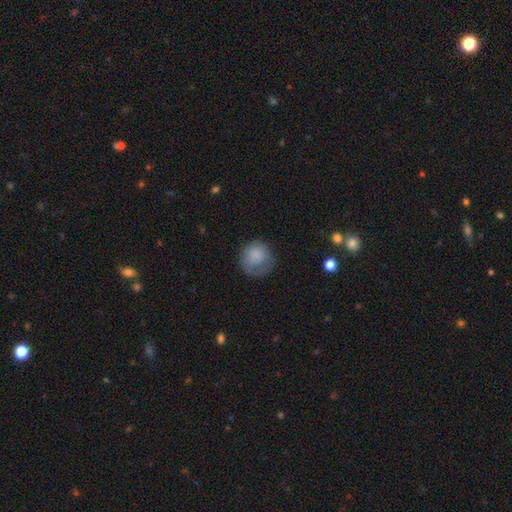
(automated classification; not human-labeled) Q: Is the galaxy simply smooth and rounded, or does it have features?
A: smooth — 80%.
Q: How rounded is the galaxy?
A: round — 86%.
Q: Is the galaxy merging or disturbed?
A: none — 55%.